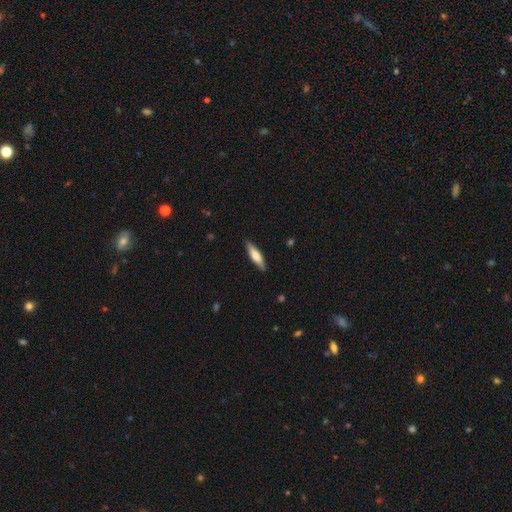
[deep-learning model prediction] Smooth or featured? smooth (66%)
How rounded? cigar-shaped (71%)
Merging? none (87%)